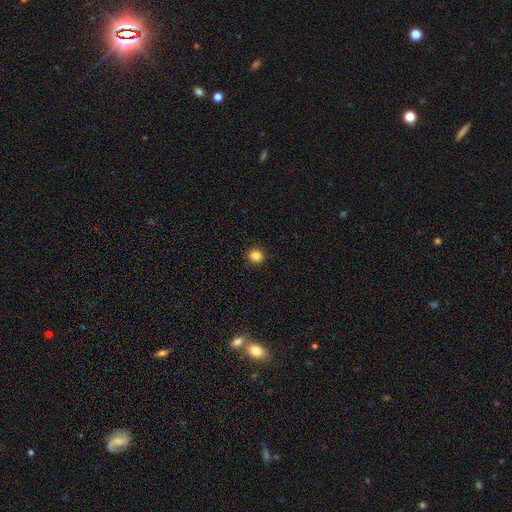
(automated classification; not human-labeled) Q: Smooth or featured?
A: smooth (85%); runner-up: star or artifact (11%)
Q: How rounded?
A: round (86%); runner-up: in between (13%)
Q: Merging?
A: none (92%); runner-up: minor disturbance (5%)